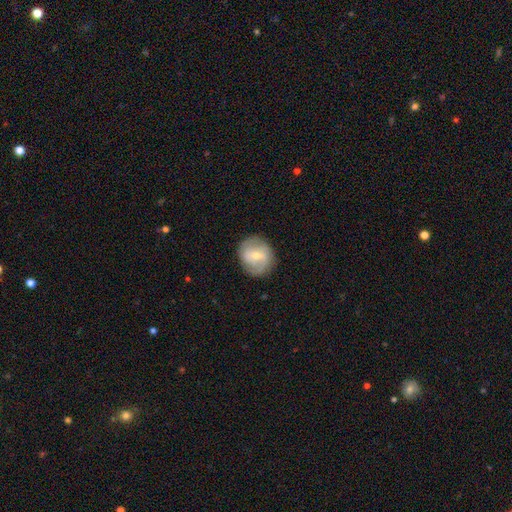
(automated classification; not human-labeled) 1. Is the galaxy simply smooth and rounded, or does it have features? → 50% featured or disk, 43% smooth, 7% star or artifact.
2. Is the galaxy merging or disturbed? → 81% none, 13% minor disturbance, 4% major disturbance, 1% merger.